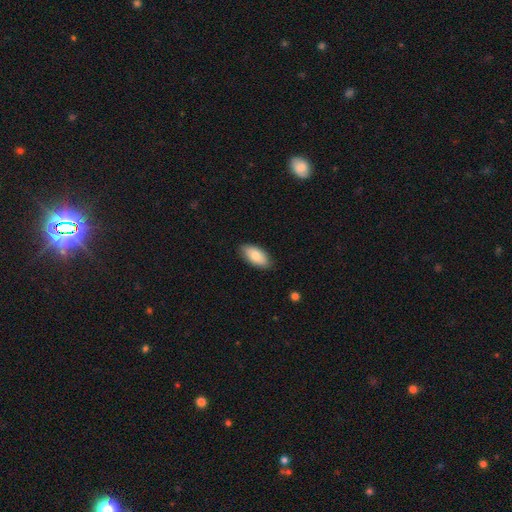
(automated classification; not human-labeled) A smooth galaxy with no disk features (82%) that is in between round and cigar-shaped (93%). Merging: none (85%).